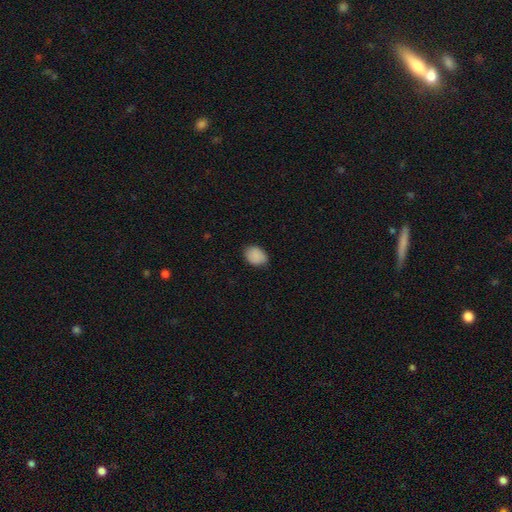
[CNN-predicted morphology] Smooth or featured?
  - smooth: 89% *
  - star or artifact: 7%
  - featured or disk: 4%
How rounded?
  - in between: 70% *
  - round: 29%
  - cigar-shaped: 1%
Merging?
  - none: 79% *
  - minor disturbance: 18%
  - major disturbance: 3%
  - merger: 1%